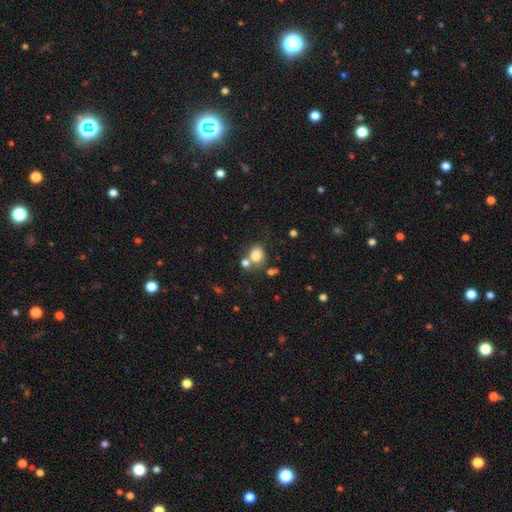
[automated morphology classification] Q: Smooth or featured?
A: smooth (80%); runner-up: star or artifact (11%)
Q: How rounded?
A: round (54%); runner-up: in between (45%)
Q: Merging?
A: none (46%); runner-up: merger (34%)